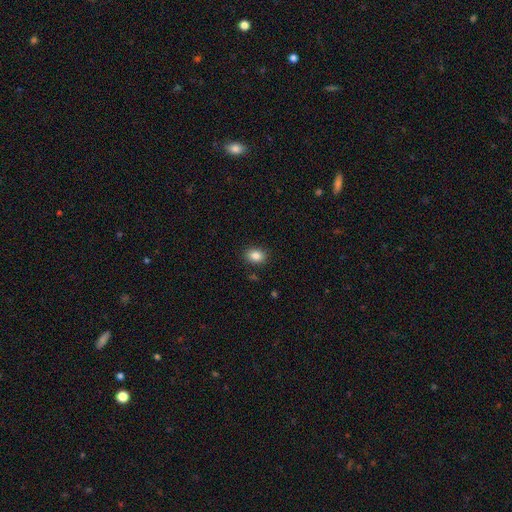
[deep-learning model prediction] Smooth or featured: smooth — 85% (star or artifact — 9%)
How rounded: in between — 64% (round — 35%)
Merging: none — 88% (minor disturbance — 9%)